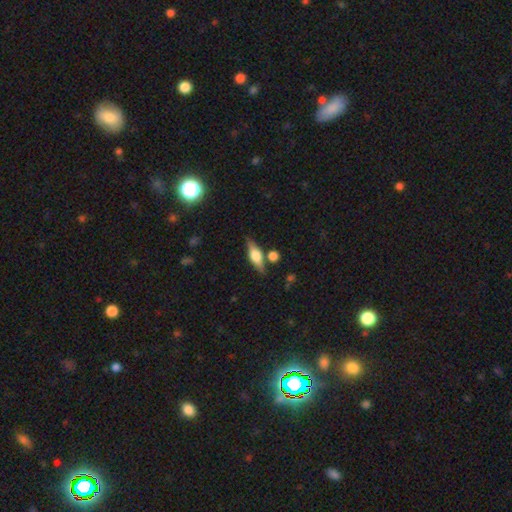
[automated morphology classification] Overall: featured or disk (52%; smooth 41%). Edge-on disk: yes (92%). Merging: none (76%).